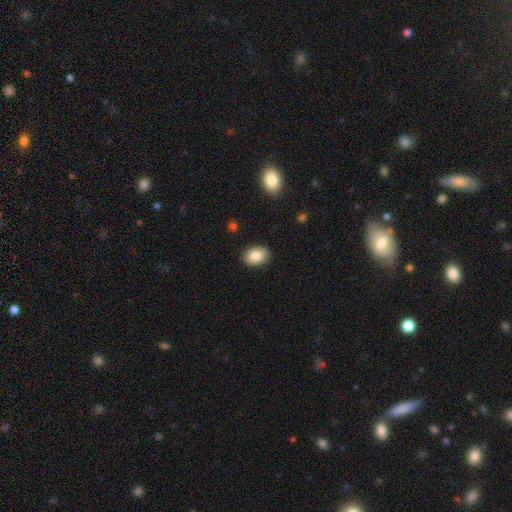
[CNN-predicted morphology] Smooth or featured: smooth — 86% (star or artifact — 7%)
How rounded: in between — 76% (round — 23%)
Merging: none — 88% (minor disturbance — 9%)